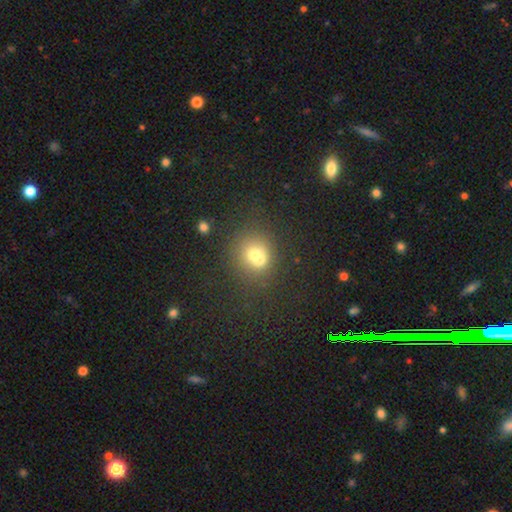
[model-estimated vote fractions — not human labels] The model was most divided on "merging": merger: 49%, none: 38%, minor disturbance: 9%, major disturbance: 4%. More confident: how rounded — round (76%); smooth or featured — smooth (63%).